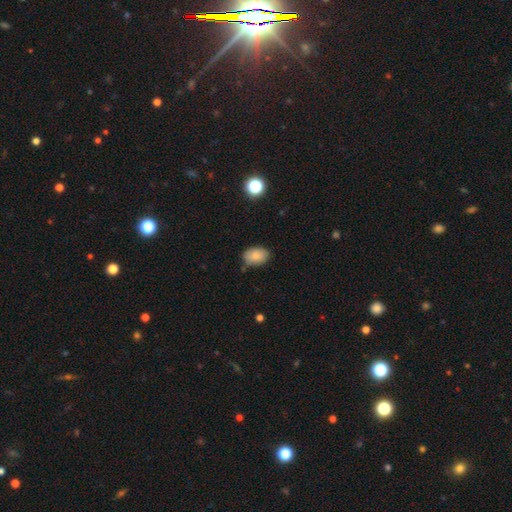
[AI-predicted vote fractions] Smooth or featured? smooth (83%)
How rounded? in between (85%)
Merging? none (77%)